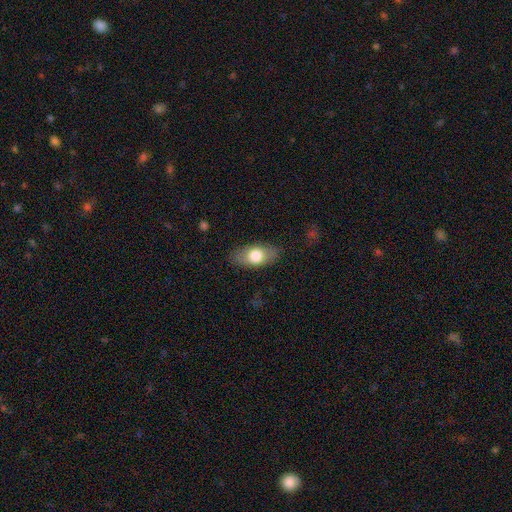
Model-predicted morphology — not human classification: Smooth or featured? smooth (72%)
How rounded? in between (88%)
Merging? none (83%)